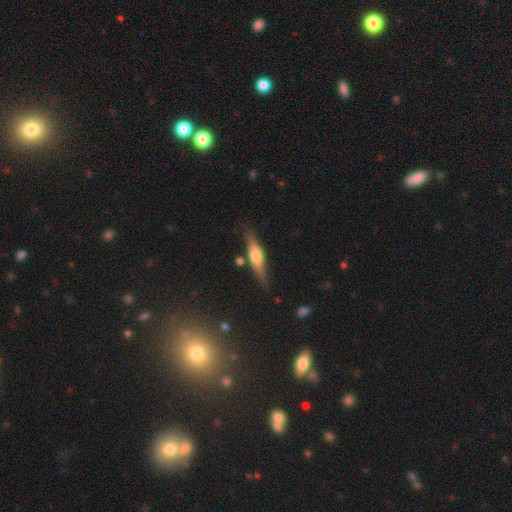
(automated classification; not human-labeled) featured or disk 55%, smooth 39%, star or artifact 7%. Down the decision tree: edge-on disk — yes (91%); edge-on bulge — rounded (87%); merging — none (76%).